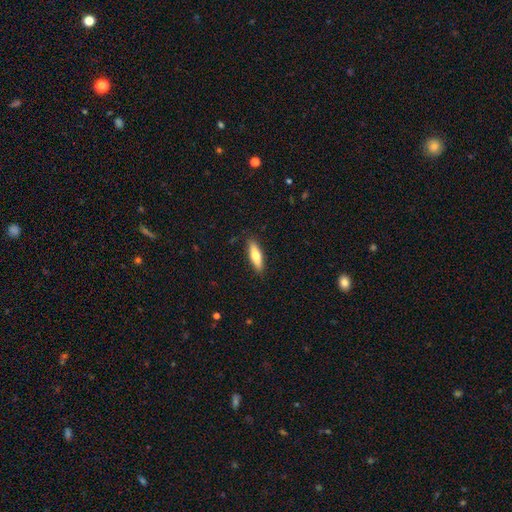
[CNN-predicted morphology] Q: Smooth or featured?
A: smooth (63%); runner-up: featured or disk (31%)
Q: How rounded?
A: cigar-shaped (61%); runner-up: in between (37%)
Q: Merging?
A: none (88%); runner-up: minor disturbance (9%)